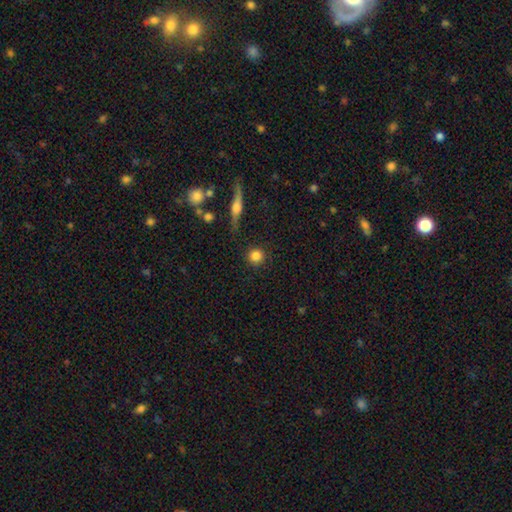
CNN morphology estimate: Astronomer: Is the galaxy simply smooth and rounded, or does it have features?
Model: smooth — 84%.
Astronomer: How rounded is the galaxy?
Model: round — 93%.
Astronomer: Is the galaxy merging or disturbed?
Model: none — 87%.